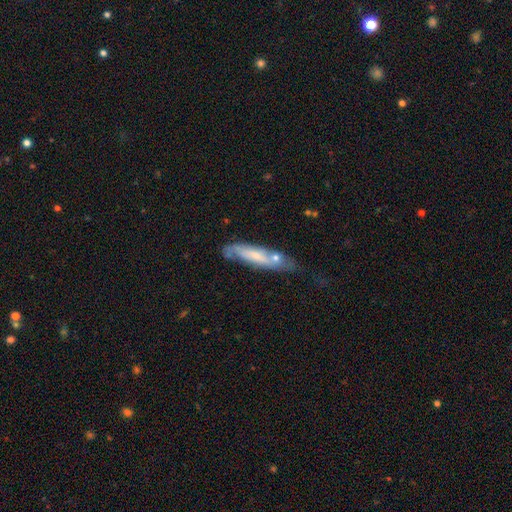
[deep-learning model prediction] Smooth or featured? smooth (47%)
Merging? none (48%)